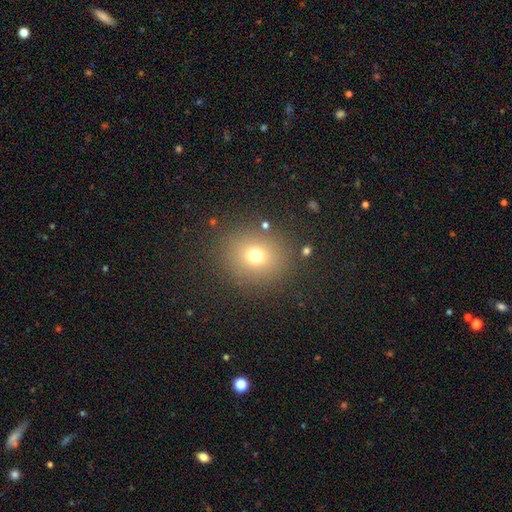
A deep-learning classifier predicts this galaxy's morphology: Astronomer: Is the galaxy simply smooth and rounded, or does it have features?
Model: smooth — 71%.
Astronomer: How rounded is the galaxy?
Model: round — 82%.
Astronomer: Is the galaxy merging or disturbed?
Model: none — 85%.